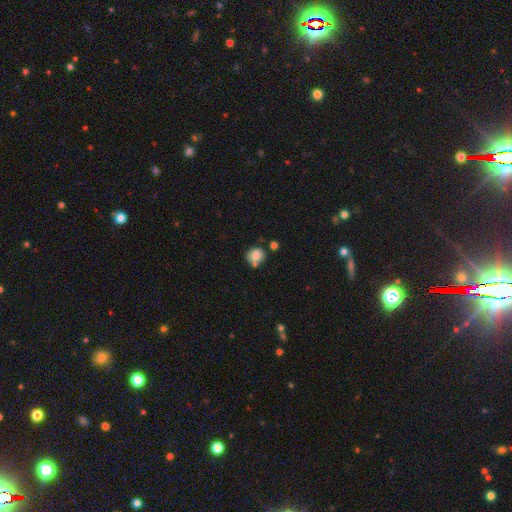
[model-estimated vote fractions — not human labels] This is likely a smooth galaxy (79%). How rounded: likely round (78%). Merging: possibly none (56%).